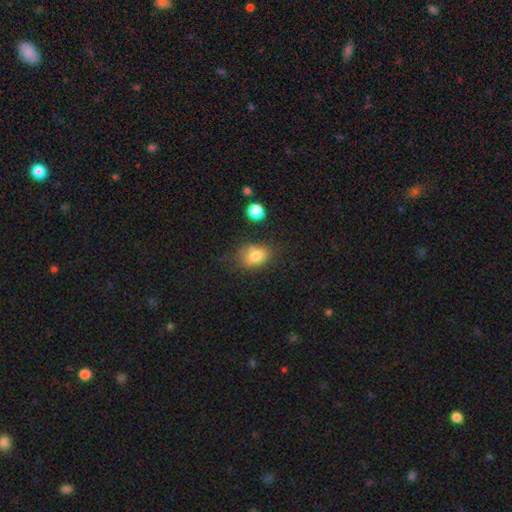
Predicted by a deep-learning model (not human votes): Overall: smooth (80%). How rounded: in between (75%). Merging: none (62%).